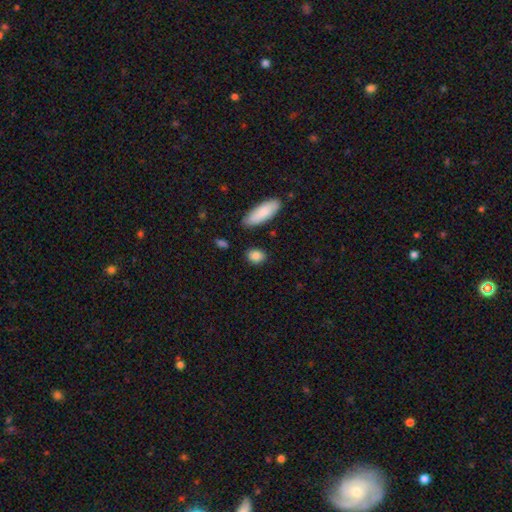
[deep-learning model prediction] The model was most divided on "how rounded": in between: 60%, round: 36%, cigar-shaped: 4%. More confident: smooth or featured — smooth (87%); merging — none (84%).